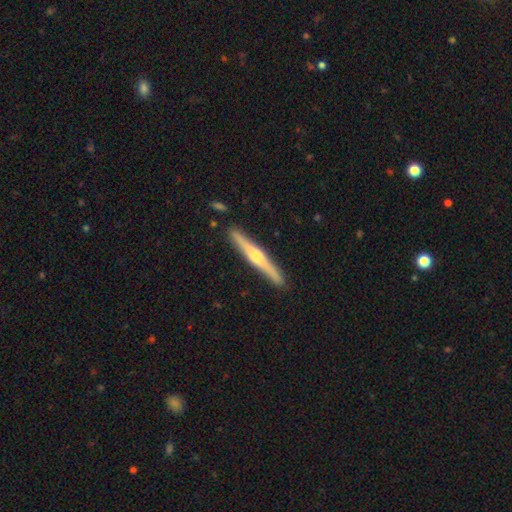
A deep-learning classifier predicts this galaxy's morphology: Q: Smooth or featured?
A: featured or disk (72%); runner-up: smooth (23%)
Q: Edge-on disk?
A: yes (98%); runner-up: no (2%)
Q: Edge-on bulge?
A: rounded (89%); runner-up: none (7%)
Q: Merging?
A: none (91%); runner-up: minor disturbance (6%)